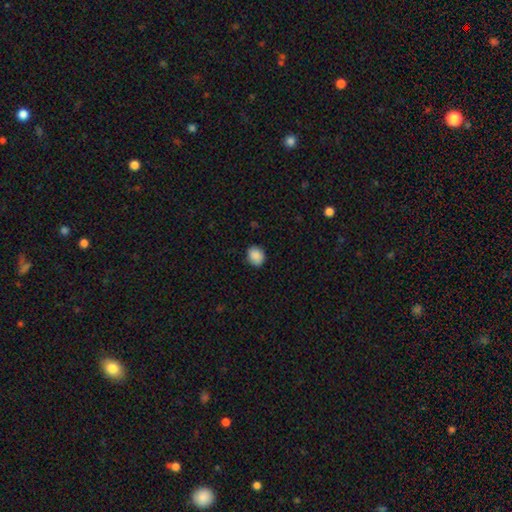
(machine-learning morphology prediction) Smooth or featured?
  - smooth: 88% *
  - star or artifact: 8%
  - featured or disk: 3%
How rounded?
  - round: 57% *
  - in between: 42%
  - cigar-shaped: 1%
Merging?
  - none: 85% *
  - minor disturbance: 12%
  - major disturbance: 2%
  - merger: 1%